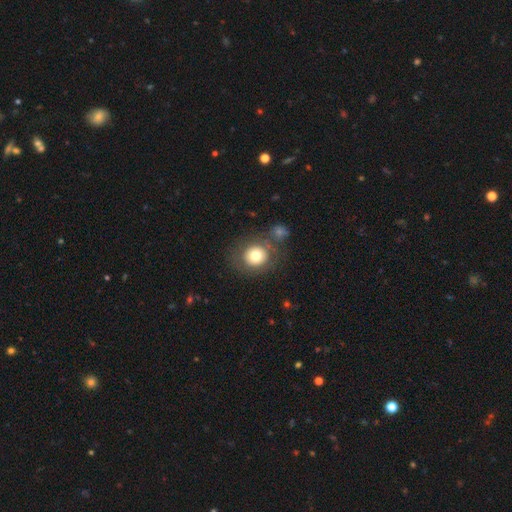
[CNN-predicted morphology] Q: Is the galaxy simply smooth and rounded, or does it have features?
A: smooth — 72%.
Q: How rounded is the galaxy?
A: round — 86%.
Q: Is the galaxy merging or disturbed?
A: none — 72%.